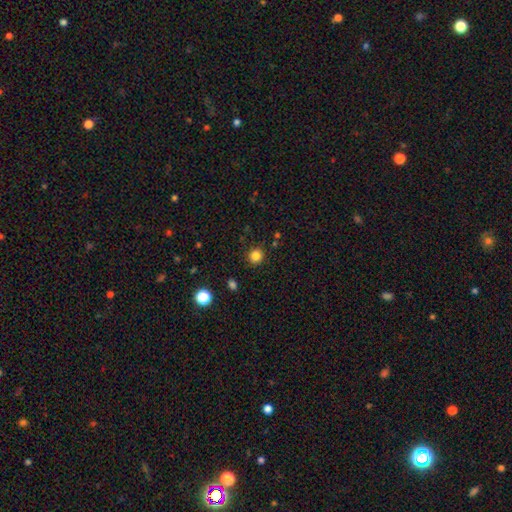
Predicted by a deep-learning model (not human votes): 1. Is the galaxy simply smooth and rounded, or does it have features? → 83% smooth, 13% star or artifact, 4% featured or disk.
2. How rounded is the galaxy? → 91% round, 8% in between, 1% cigar-shaped.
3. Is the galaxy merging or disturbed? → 90% none, 6% minor disturbance, 2% major disturbance, 2% merger.